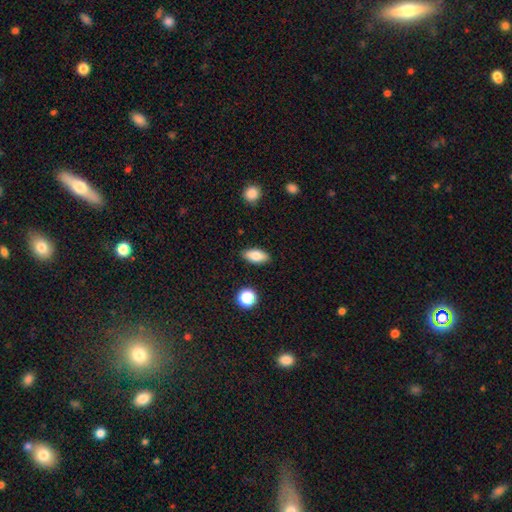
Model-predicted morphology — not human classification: A smooth galaxy with no disk features (82%) that is in between round and cigar-shaped (83%).

Vote fractions:
- Smooth or featured? smooth: 82% / featured or disk: 11% / star or artifact: 8%
- How rounded? in between: 83% / cigar-shaped: 13% / round: 4%
- Merging? none: 87% / minor disturbance: 9% / major disturbance: 2% / merger: 2%